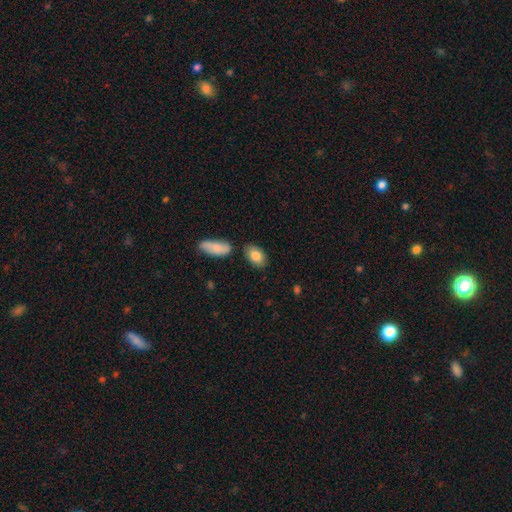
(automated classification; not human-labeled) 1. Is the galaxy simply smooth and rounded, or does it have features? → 84% smooth, 10% featured or disk, 7% star or artifact.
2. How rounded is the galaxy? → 90% in between, 8% round, 2% cigar-shaped.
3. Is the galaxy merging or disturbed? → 77% none, 13% minor disturbance, 7% merger, 3% major disturbance.